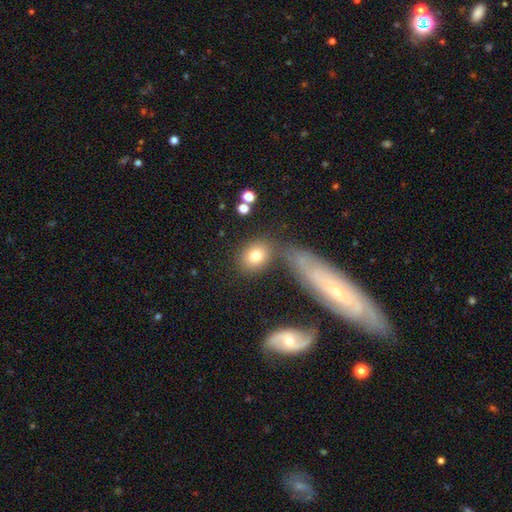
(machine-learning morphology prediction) type=smooth (79%); roundness=round (52%); merging=none (69%).